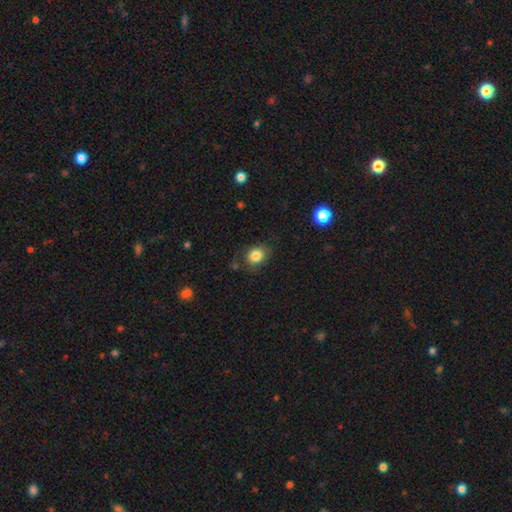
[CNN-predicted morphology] A smooth galaxy with no disk features (84%) that is round (58%). Merging: none (76%).